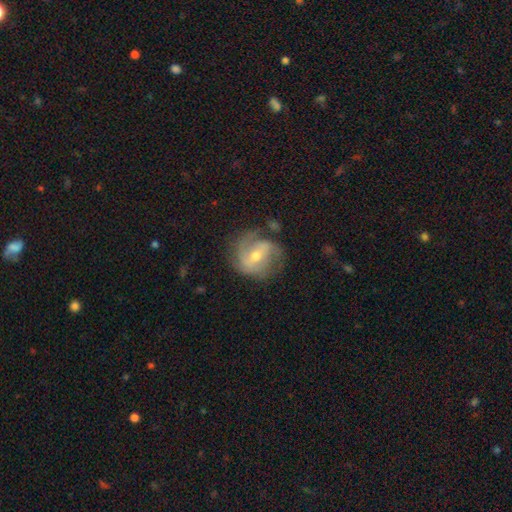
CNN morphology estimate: A featured or disk galaxy (77%) with a weak bar (47%), 2 (50%) medium (45%) spiral arms (88%) and a moderate central bulge (61%).

Vote fractions:
- Smooth or featured? featured or disk: 77% / smooth: 17% / star or artifact: 7%
- Edge-on disk? no: 97% / yes: 3%
- Bar? weak: 47% / strong: 28% / no: 25%
- Spiral arms? yes: 88% / no: 12%
- Spiral winding? medium: 45% / tight: 31% / loose: 24%
- Spiral arm count? 2: 50% / 3: 19% / can't tell: 18% / 1: 6% / 4: 3% / more than 4: 3%
- Bulge size? moderate: 61% / small: 35% / large: 3% / none: 1% / dominant: 1%
- Merging? none: 61% / minor disturbance: 22% / major disturbance: 14% / merger: 3%